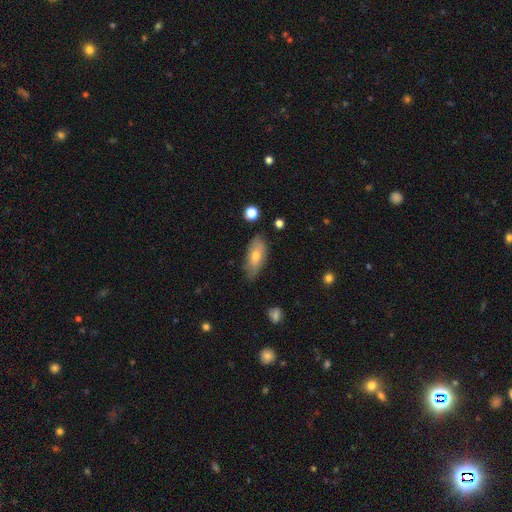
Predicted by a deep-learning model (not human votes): smooth 65%, featured or disk 28%, star or artifact 8%. Down the decision tree: how rounded — in between (77%); merging — none (72%).